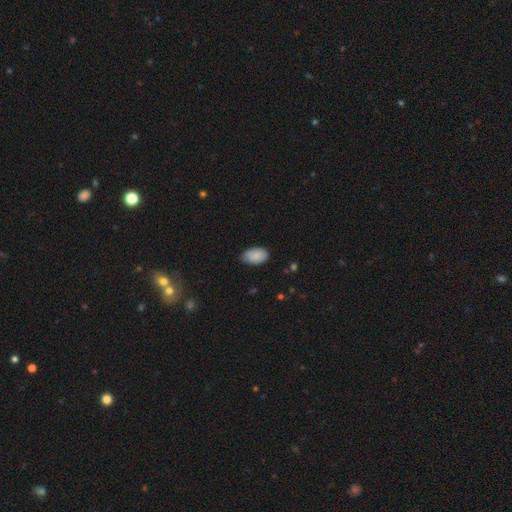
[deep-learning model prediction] This is clearly a smooth galaxy (85%). How rounded: clearly in between (93%). Merging: likely none (71%).